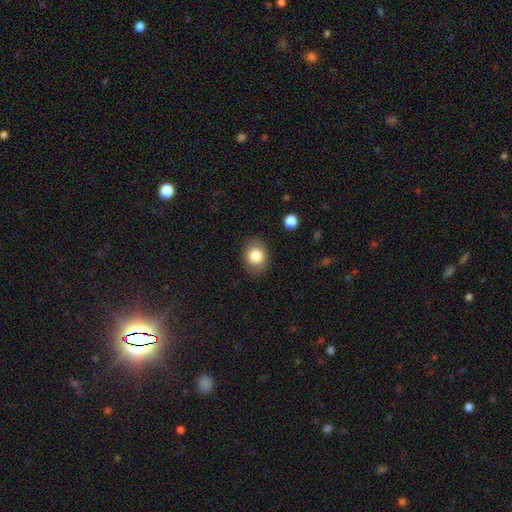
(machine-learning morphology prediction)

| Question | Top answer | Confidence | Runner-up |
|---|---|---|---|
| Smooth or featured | smooth | 83% | star or artifact (9%) |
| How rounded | round | 56% | in between (43%) |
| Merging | none | 85% | minor disturbance (11%) |